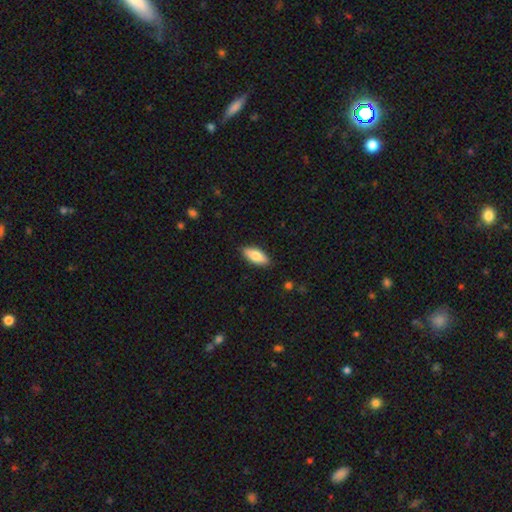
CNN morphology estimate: Smooth or featured: smooth — 80% (featured or disk — 14%)
How rounded: in between — 80% (cigar-shaped — 18%)
Merging: none — 87% (minor disturbance — 10%)